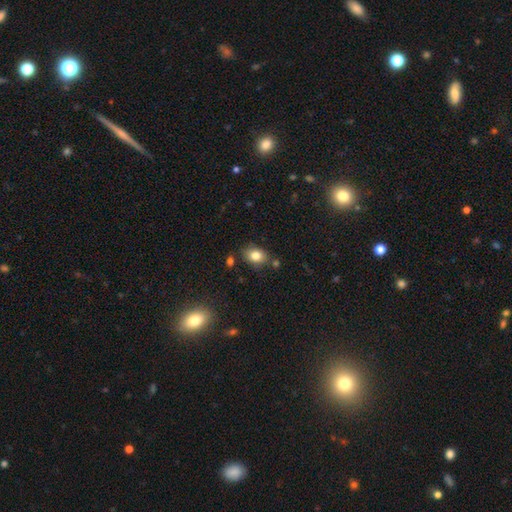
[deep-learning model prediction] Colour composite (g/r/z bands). It shows a smooth galaxy with no disk features (82%) that is in between round and cigar-shaped (69%). Merging: none (77%).